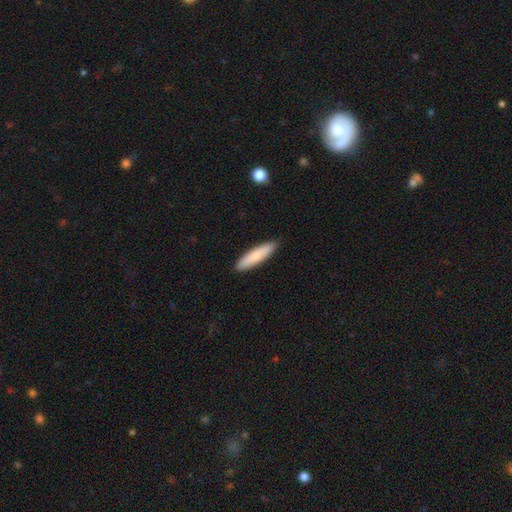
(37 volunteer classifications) This is likely a smooth galaxy (73%). How rounded: clearly cigar-shaped (85%). Merging: clearly none (91%).